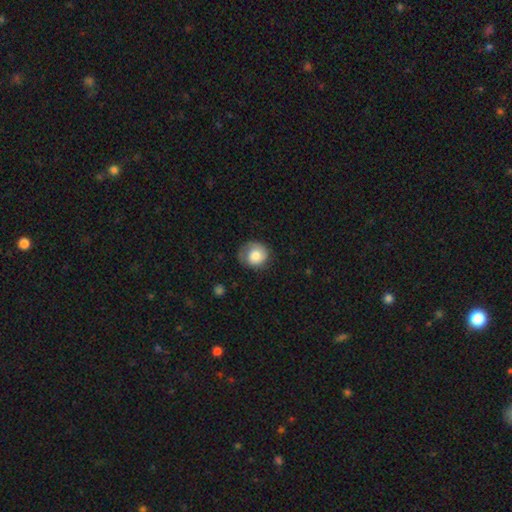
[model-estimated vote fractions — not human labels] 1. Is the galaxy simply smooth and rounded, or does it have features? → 75% smooth, 18% featured or disk, 7% star or artifact.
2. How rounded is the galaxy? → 82% round, 18% in between, 1% cigar-shaped.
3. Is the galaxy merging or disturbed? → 60% none, 25% minor disturbance, 13% major disturbance, 1% merger.